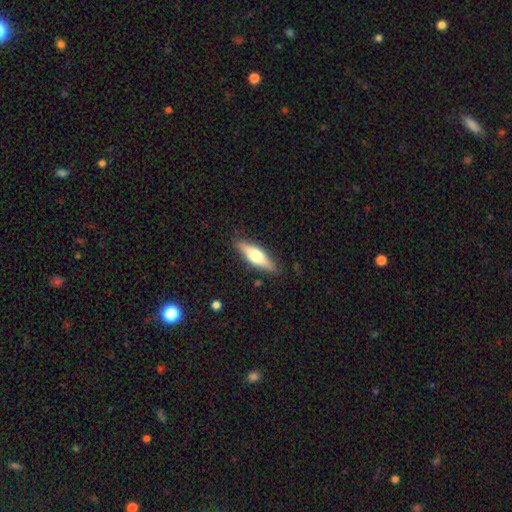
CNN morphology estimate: Q: Smooth or featured?
A: smooth (48%); runner-up: featured or disk (47%)
Q: Merging?
A: none (86%); runner-up: minor disturbance (11%)